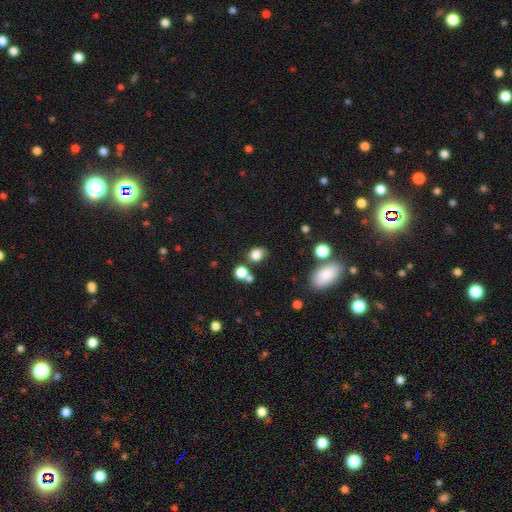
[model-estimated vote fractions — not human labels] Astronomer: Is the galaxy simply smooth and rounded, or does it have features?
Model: smooth — 79%.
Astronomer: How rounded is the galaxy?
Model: round — 56% (runner-up: in between, 43%).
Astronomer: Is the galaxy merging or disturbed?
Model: none — 62%.